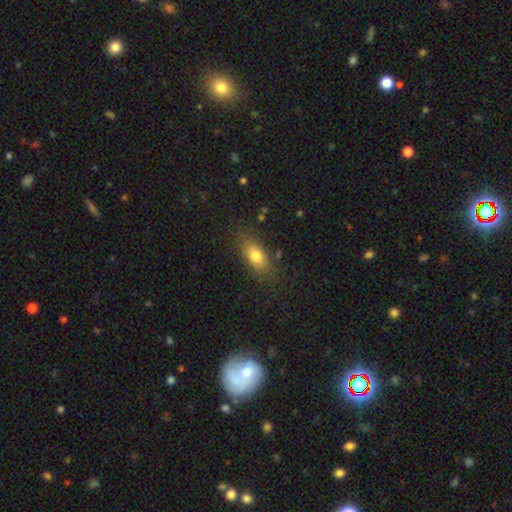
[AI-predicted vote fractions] Smooth or featured? smooth (78%)
How rounded? in between (83%)
Merging? none (80%)